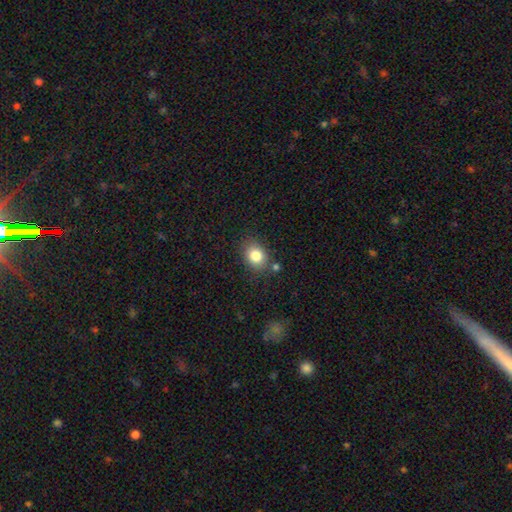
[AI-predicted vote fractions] This is clearly a smooth galaxy (82%). How rounded: possibly in between (51%). Merging: likely none (78%).